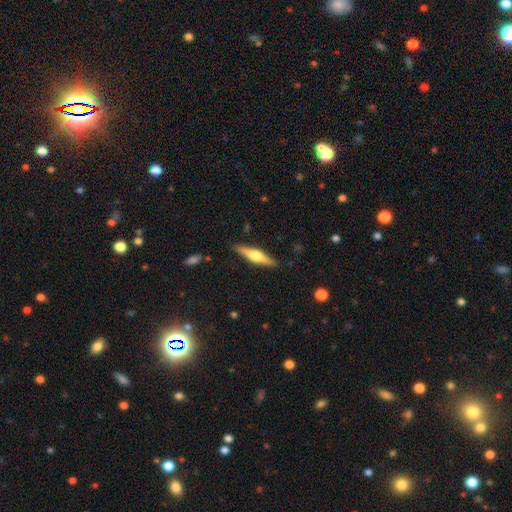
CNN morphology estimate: This appears to be a featured or disk galaxy (64%) viewed edge-on (97%) with a rounded central bulge (94%). Merging: none (89%).